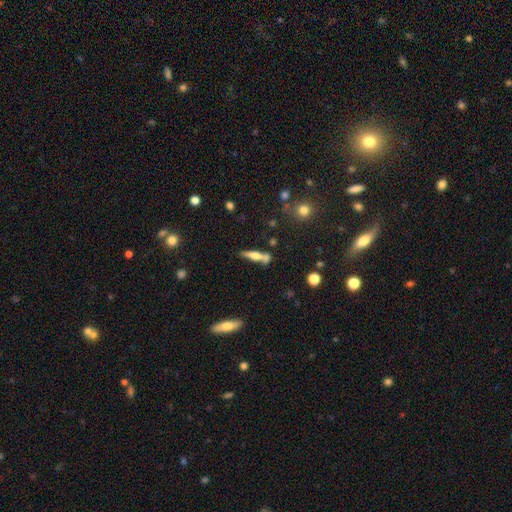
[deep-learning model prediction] A featured or disk galaxy (48%). Merging: none (58%).